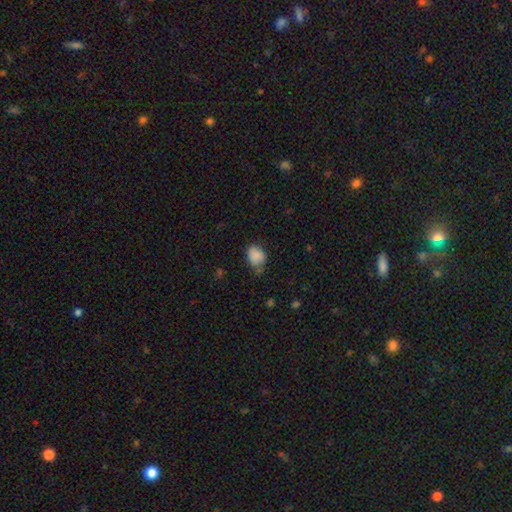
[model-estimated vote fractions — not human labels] This is clearly a smooth galaxy (85%). How rounded: possibly in between (57%). Merging: possibly none (59%).